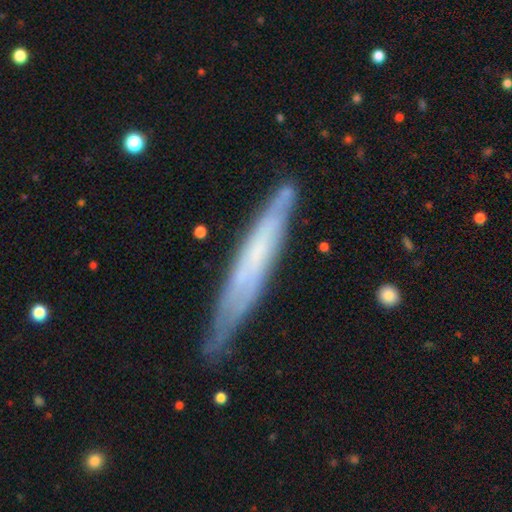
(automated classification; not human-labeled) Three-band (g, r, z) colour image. It shows a featured or disk galaxy (56%) viewed edge-on (80%). Merging: none (77%).